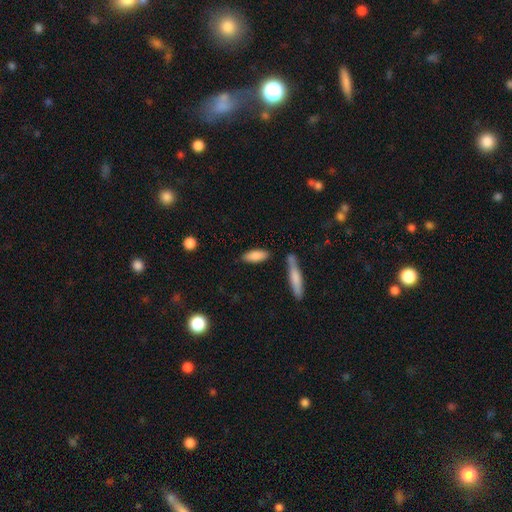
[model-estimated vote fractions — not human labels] Smooth or featured: smooth — 84% (featured or disk — 10%)
How rounded: in between — 64% (cigar-shaped — 34%)
Merging: none — 78% (minor disturbance — 12%)